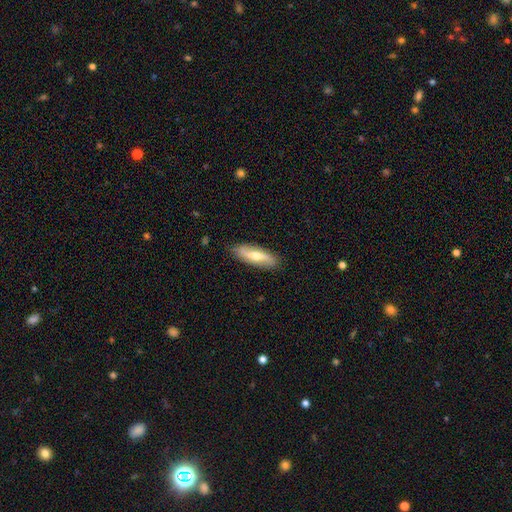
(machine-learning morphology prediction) A featured or disk galaxy (59%).

Vote fractions:
- Smooth or featured? featured or disk: 59% / smooth: 36% / star or artifact: 5%
- Edge-on disk? no: 69% / yes: 31%
- Merging? none: 86% / minor disturbance: 11% / major disturbance: 2% / merger: 1%